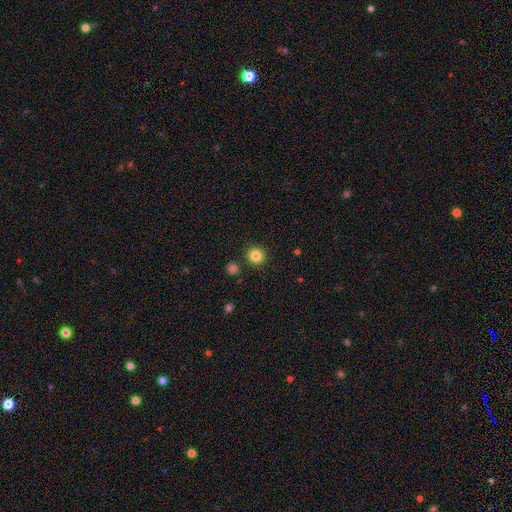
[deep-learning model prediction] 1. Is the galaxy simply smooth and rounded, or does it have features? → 84% smooth, 12% star or artifact, 5% featured or disk.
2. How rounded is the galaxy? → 94% round, 5% in between, 1% cigar-shaped.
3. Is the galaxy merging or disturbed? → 90% none, 6% minor disturbance, 3% merger, 2% major disturbance.